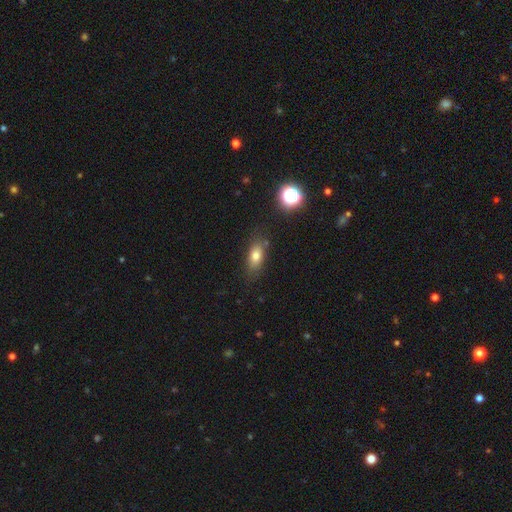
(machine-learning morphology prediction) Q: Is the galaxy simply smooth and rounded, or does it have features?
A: smooth — 75%.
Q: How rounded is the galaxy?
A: in between — 77%.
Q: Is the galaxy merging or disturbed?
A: none — 77%.